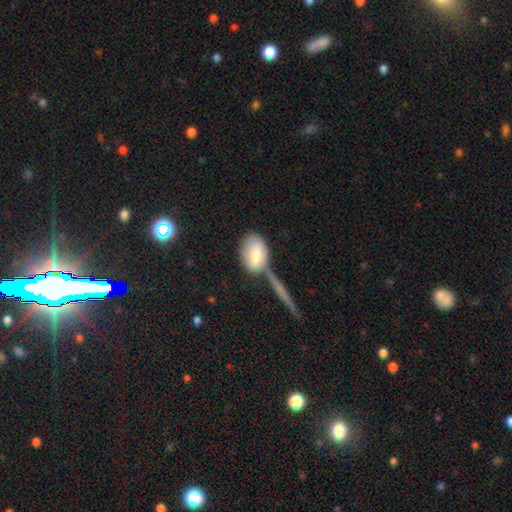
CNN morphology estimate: Overall: smooth (74%). How rounded: in between (83%). Merging: none (48%; merger 27%).